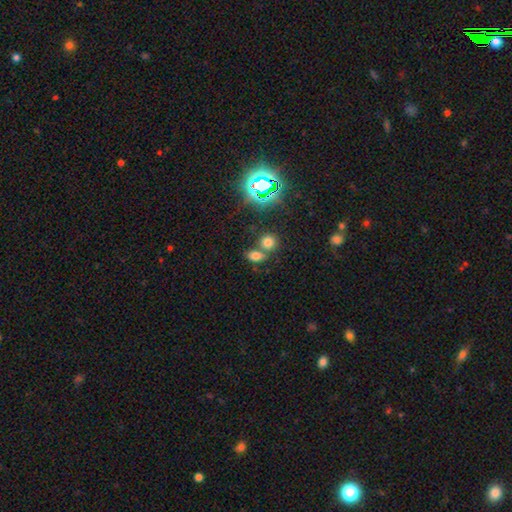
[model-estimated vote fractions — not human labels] Q: Smooth or featured?
A: smooth (69%); runner-up: star or artifact (22%)
Q: How rounded?
A: in between (70%); runner-up: round (27%)
Q: Merging?
A: none (48%); runner-up: merger (39%)